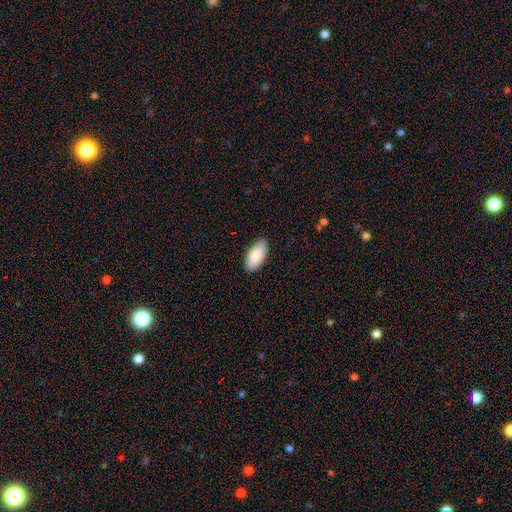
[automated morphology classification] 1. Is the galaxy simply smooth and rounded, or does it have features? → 87% smooth, 7% featured or disk, 6% star or artifact.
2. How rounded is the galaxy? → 93% in between, 5% cigar-shaped, 2% round.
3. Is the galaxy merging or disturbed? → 87% none, 10% minor disturbance, 2% major disturbance, 1% merger.